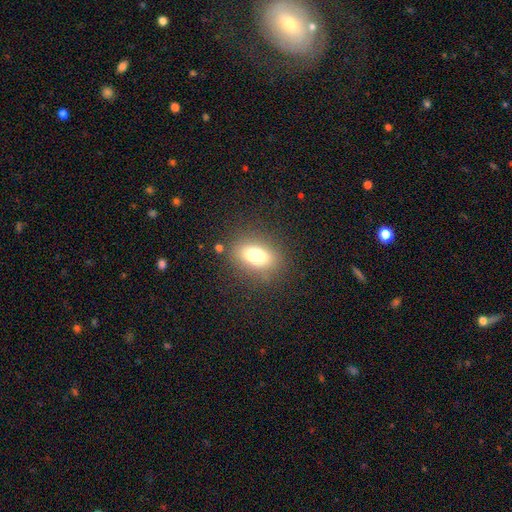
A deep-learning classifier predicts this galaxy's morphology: This is likely a smooth galaxy (76%). How rounded: likely in between (80%). Merging: clearly none (82%).